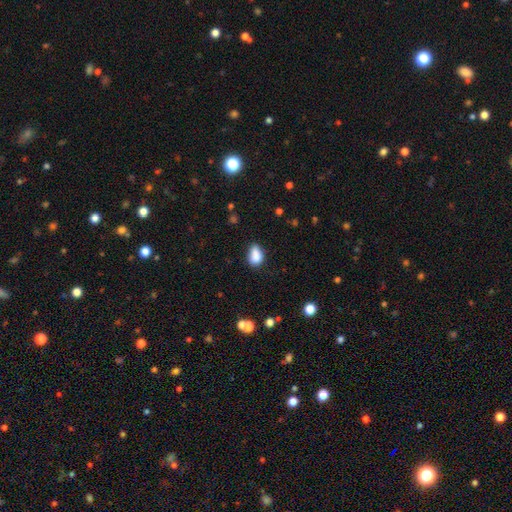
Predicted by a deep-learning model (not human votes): Smooth or featured? smooth (84%)
How rounded? in between (83%)
Merging? none (56%)